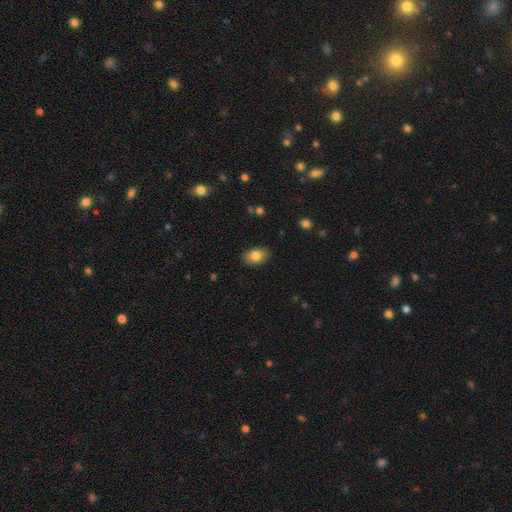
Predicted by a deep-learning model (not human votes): The model was most divided on "how rounded": in between: 84%, round: 15%, cigar-shaped: 1%. More confident: merging — none (86%); smooth or featured — smooth (83%).